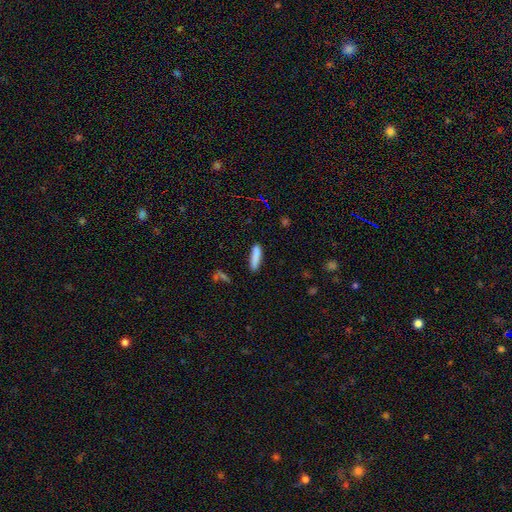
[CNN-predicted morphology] Q: Smooth or featured?
A: smooth (86%); runner-up: featured or disk (7%)
Q: How rounded?
A: cigar-shaped (78%); runner-up: in between (21%)
Q: Merging?
A: none (85%); runner-up: minor disturbance (10%)